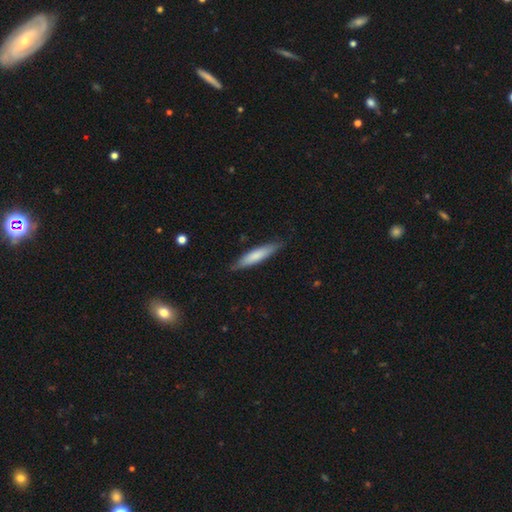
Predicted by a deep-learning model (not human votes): A smooth galaxy with no disk features (74%) that is cigar-shaped (83%). Merging: none (85%).